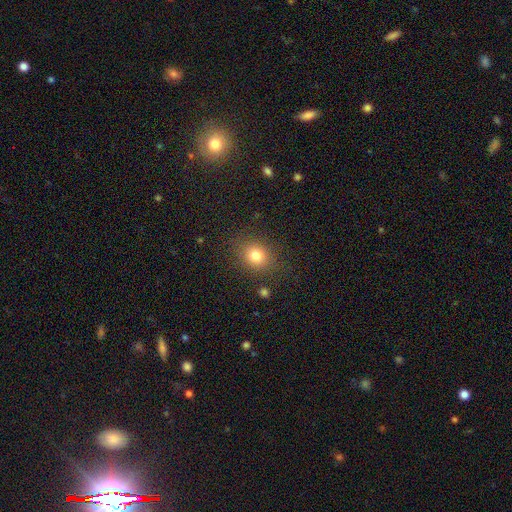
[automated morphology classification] A smooth galaxy with no disk features (79%) that is round (63%). Merging: none (84%).